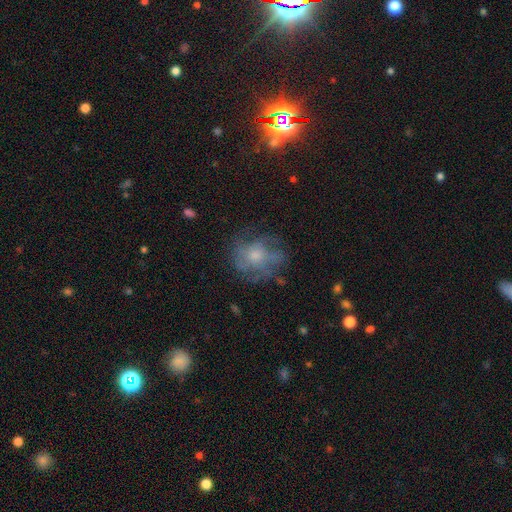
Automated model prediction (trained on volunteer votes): Morphology: type=featured or disk (50%); edge-on=no (97%); merging=none (61%).